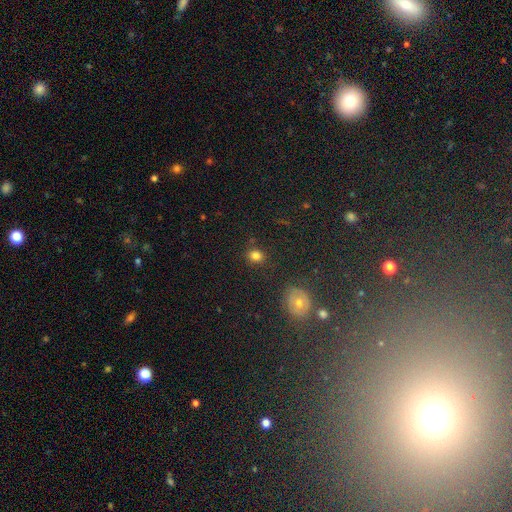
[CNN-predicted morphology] This is clearly a smooth galaxy (81%). How rounded: likely round (71%). Merging: clearly none (83%).